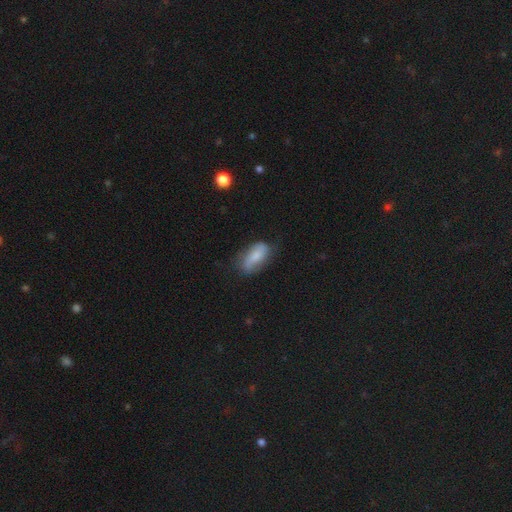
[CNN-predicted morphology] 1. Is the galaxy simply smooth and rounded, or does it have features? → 66% smooth, 27% featured or disk, 7% star or artifact.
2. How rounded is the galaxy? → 87% in between, 10% cigar-shaped, 4% round.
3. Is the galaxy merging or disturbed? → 62% none, 28% minor disturbance, 8% major disturbance, 2% merger.